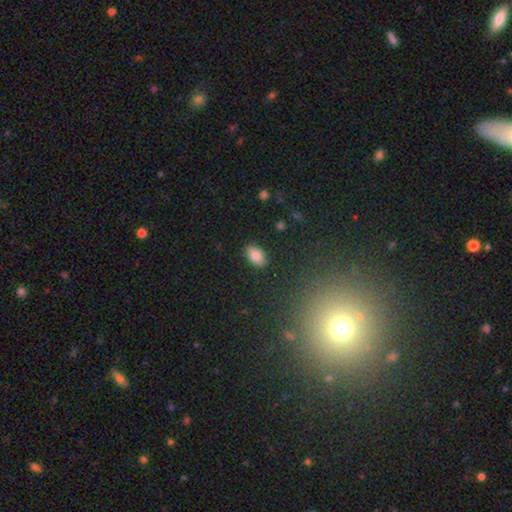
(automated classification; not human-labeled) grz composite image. It shows a smooth galaxy with no disk features (84%) that is in between round and cigar-shaped (90%). Merging: none (86%).